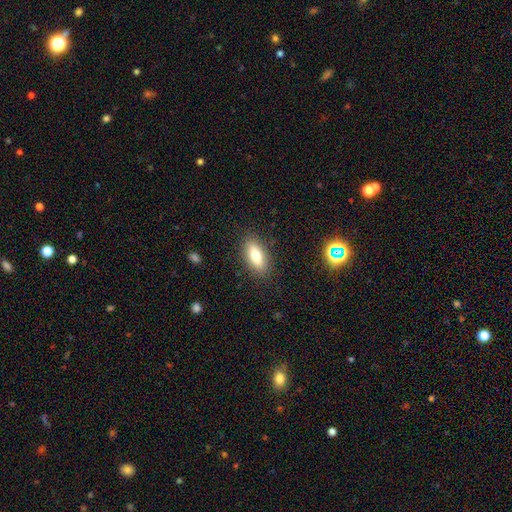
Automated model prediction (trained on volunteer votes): Morphology: type=smooth (74%); roundness=in between (78%); merging=none (87%).